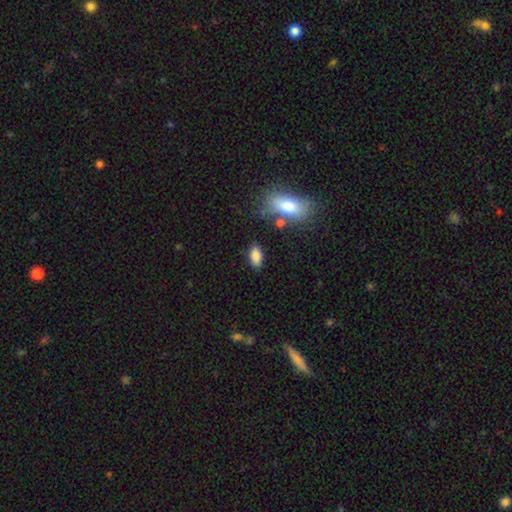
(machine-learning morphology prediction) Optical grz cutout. It shows a smooth galaxy with no disk features (85%) that is in between round and cigar-shaped (90%). Merging: none (81%).